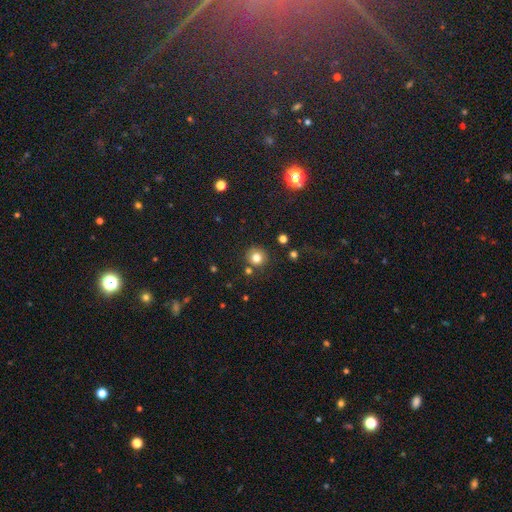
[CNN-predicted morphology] smooth-or-featured: smooth: 65% | star or artifact: 28% | featured or disk: 6%
  how-rounded: round: 93% | in between: 6% | cigar-shaped: 1%
  merging: none: 84% | minor disturbance: 7% | merger: 5% | major disturbance: 3%